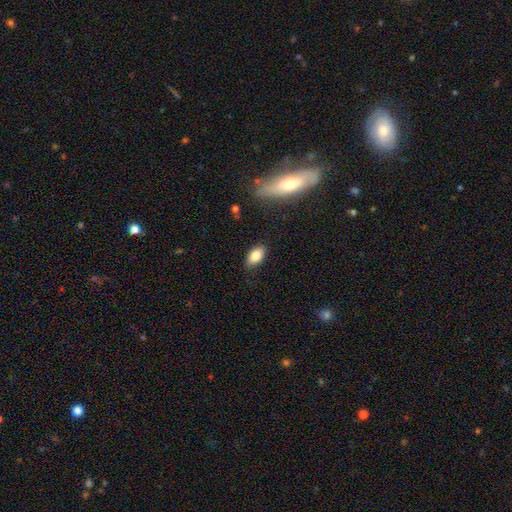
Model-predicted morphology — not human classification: Q: Smooth or featured?
A: smooth (83%); runner-up: featured or disk (9%)
Q: How rounded?
A: in between (90%); runner-up: round (7%)
Q: Merging?
A: none (84%); runner-up: minor disturbance (12%)